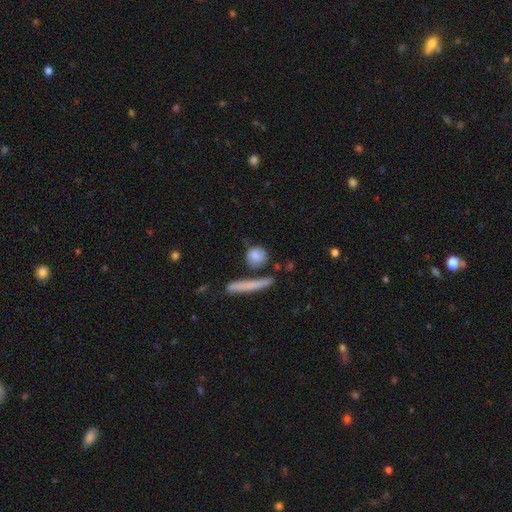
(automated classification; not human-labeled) smooth 77%, featured or disk 15%, star or artifact 8%. Down the decision tree: how rounded — round (70%); merging — none (68%).